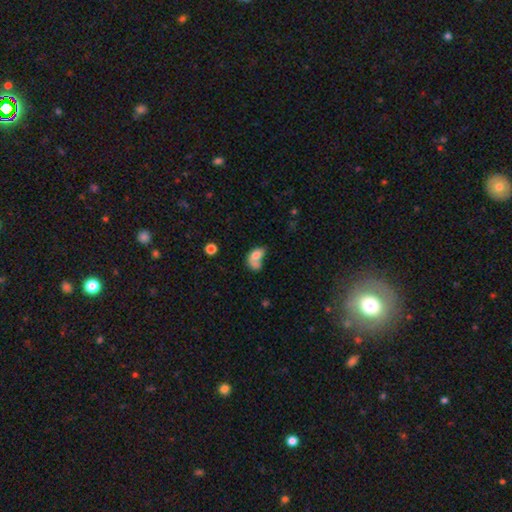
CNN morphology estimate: Smooth or featured?
  - smooth: 72% *
  - featured or disk: 18%
  - star or artifact: 10%
How rounded?
  - in between: 83% *
  - round: 15%
  - cigar-shaped: 2%
Merging?
  - merger: 55% *
  - none: 20%
  - major disturbance: 14%
  - minor disturbance: 11%